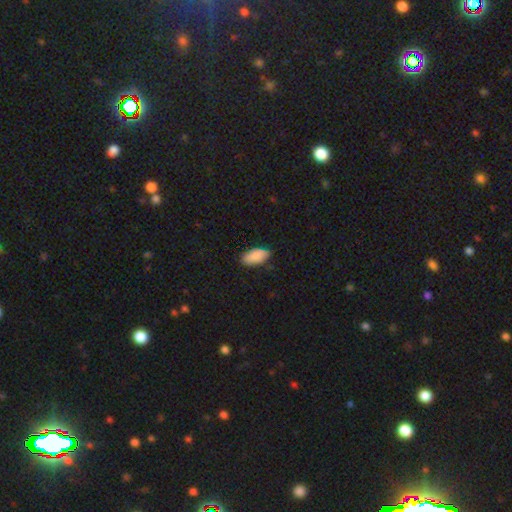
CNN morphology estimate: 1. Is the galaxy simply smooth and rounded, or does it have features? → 87% smooth, 7% star or artifact, 7% featured or disk.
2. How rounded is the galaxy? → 93% in between, 4% cigar-shaped, 3% round.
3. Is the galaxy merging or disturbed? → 78% none, 18% minor disturbance, 3% major disturbance, 1% merger.